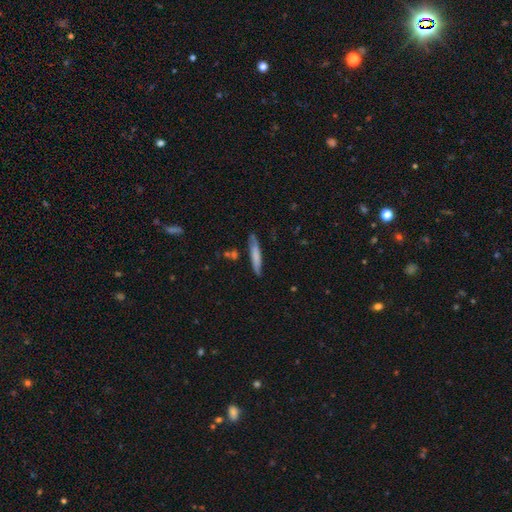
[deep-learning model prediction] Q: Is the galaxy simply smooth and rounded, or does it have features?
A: smooth — 68%.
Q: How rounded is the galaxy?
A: cigar-shaped — 92%.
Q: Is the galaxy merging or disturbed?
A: none — 80%.